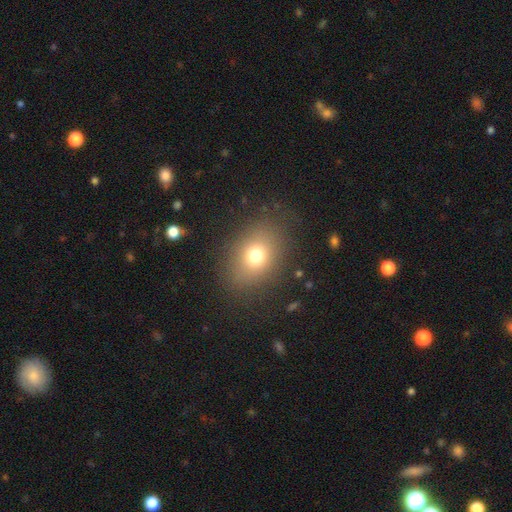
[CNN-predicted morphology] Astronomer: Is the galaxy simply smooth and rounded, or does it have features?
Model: smooth — 72%.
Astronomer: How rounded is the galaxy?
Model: in between — 59% (runner-up: round, 39%).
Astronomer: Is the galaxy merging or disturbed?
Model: none — 81%.